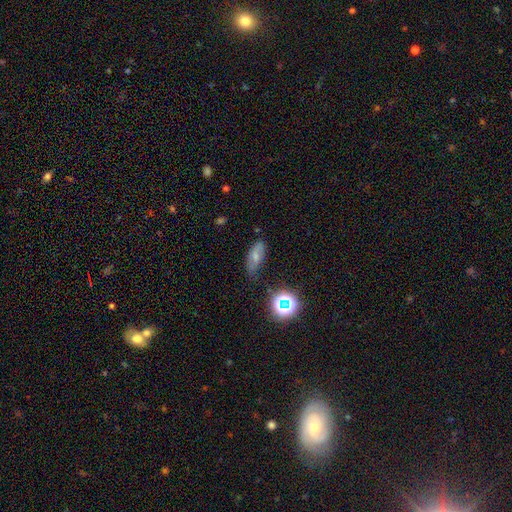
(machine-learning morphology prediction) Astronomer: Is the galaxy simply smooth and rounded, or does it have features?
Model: smooth — 60%.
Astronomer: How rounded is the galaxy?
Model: in between — 82%.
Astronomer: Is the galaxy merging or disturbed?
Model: none — 64%.